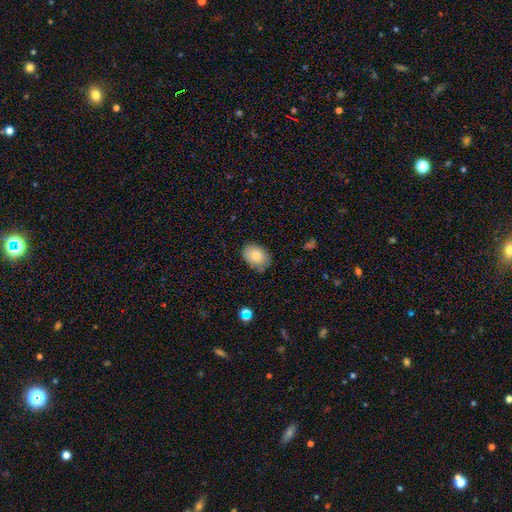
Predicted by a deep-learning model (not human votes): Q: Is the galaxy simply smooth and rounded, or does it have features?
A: smooth — 80%.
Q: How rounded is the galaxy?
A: in between — 75%.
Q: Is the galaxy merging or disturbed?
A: none — 79%.